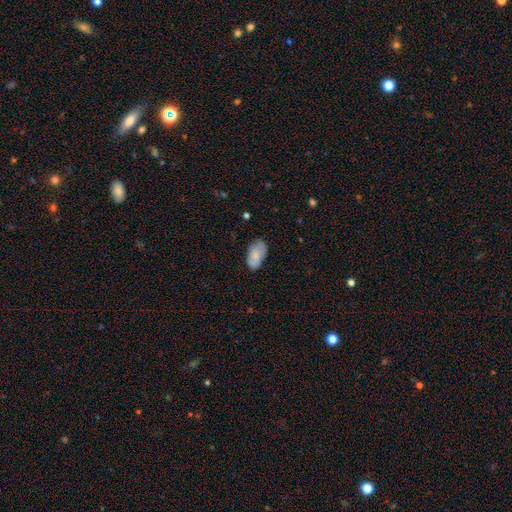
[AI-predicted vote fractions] smooth 81%, featured or disk 12%, star or artifact 6%. Down the decision tree: how rounded — in between (95%); merging — none (73%).